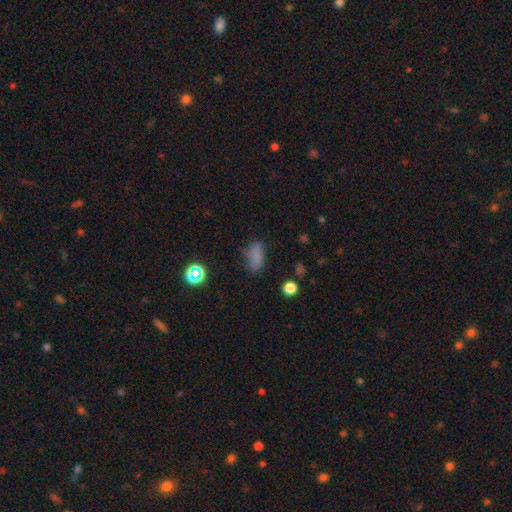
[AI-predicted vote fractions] Smooth or featured? smooth (72%)
How rounded? in between (85%)
Merging? none (58%)